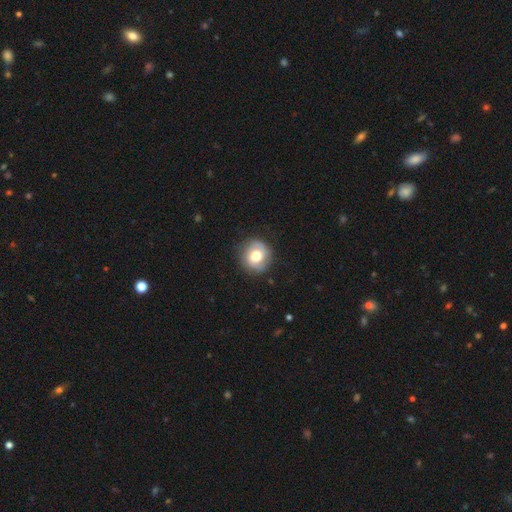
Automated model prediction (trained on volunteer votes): Q: Smooth or featured?
A: smooth (61%); runner-up: featured or disk (31%)
Q: How rounded?
A: round (87%); runner-up: in between (12%)
Q: Merging?
A: none (81%); runner-up: minor disturbance (14%)